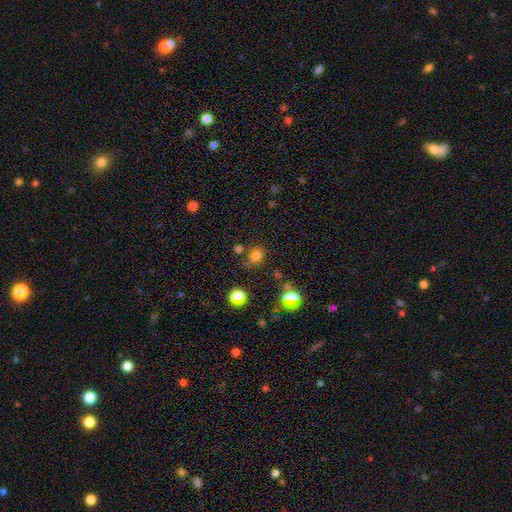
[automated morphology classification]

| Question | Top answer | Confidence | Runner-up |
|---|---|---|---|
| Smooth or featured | smooth | 71% | star or artifact (23%) |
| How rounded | round | 70% | in between (29%) |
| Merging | none | 67% | minor disturbance (16%) |